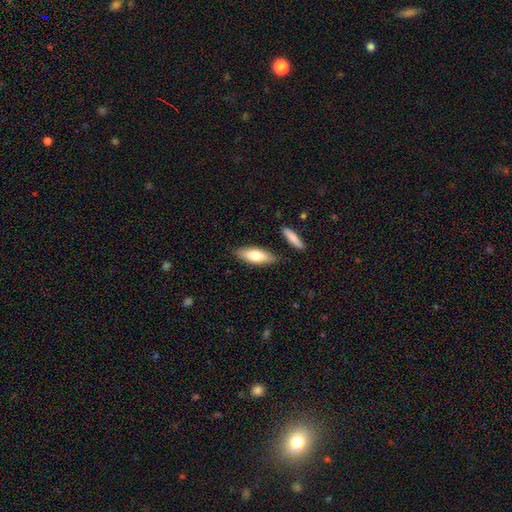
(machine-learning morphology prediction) Q: Smooth or featured?
A: smooth (73%); runner-up: featured or disk (21%)
Q: How rounded?
A: in between (60%); runner-up: cigar-shaped (38%)
Q: Merging?
A: none (83%); runner-up: minor disturbance (11%)